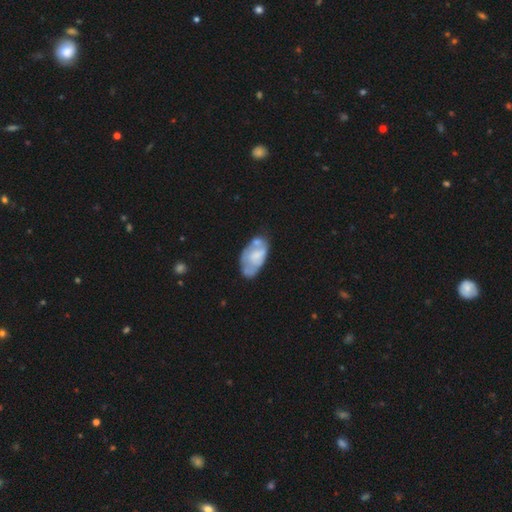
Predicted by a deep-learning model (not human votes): This appears to be a smooth galaxy with no disk features (47%). Merging: none (42%).